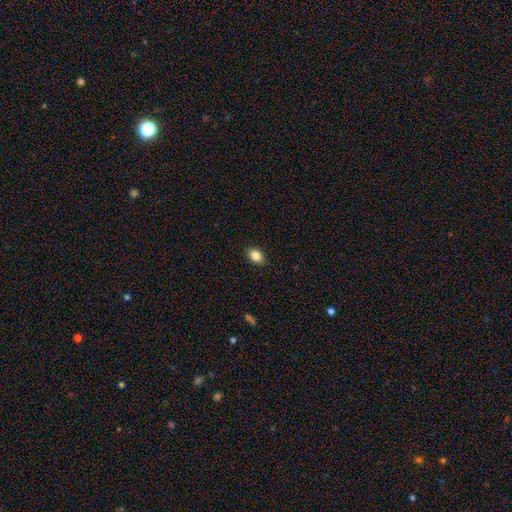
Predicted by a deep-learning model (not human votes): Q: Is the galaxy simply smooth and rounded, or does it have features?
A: smooth — 86%.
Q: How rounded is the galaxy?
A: in between — 80%.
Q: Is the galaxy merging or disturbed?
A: none — 88%.